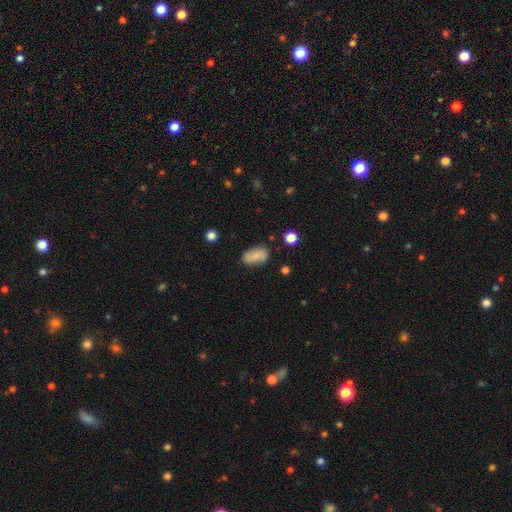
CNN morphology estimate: A smooth galaxy with no disk features (65%) that is in between round and cigar-shaped (89%).

Vote fractions:
- Smooth or featured? smooth: 65% / featured or disk: 26% / star or artifact: 9%
- How rounded? in between: 89% / round: 7% / cigar-shaped: 3%
- Merging? none: 72% / minor disturbance: 20% / major disturbance: 5% / merger: 4%